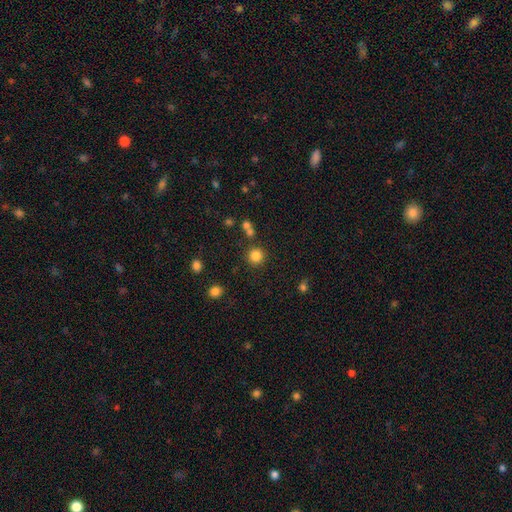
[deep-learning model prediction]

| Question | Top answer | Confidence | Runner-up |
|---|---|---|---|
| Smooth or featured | smooth | 82% | star or artifact (13%) |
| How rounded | round | 93% | in between (6%) |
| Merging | none | 83% | merger (7%) |